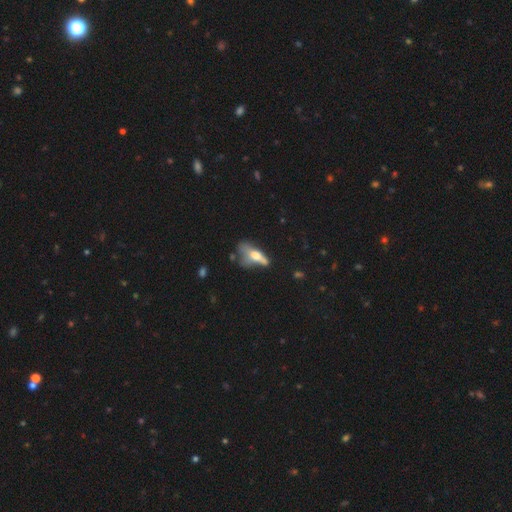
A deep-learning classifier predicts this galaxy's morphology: Smooth or featured? Predicted: smooth (p=0.50). Merging? Predicted: major disturbance (p=0.35).